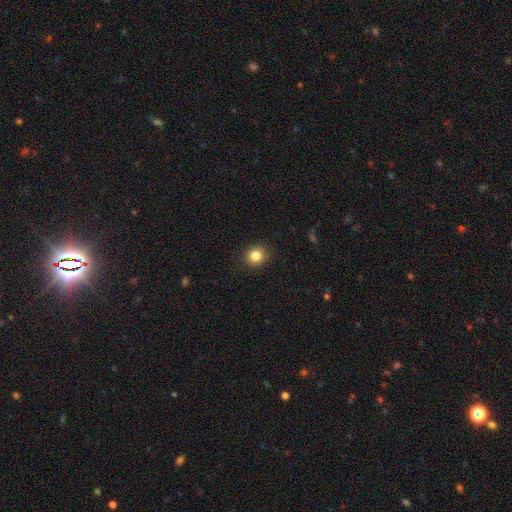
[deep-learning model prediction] Smooth or featured? Predicted: smooth (p=0.84). How rounded? Predicted: round (p=0.85). Merging? Predicted: none (p=0.91).